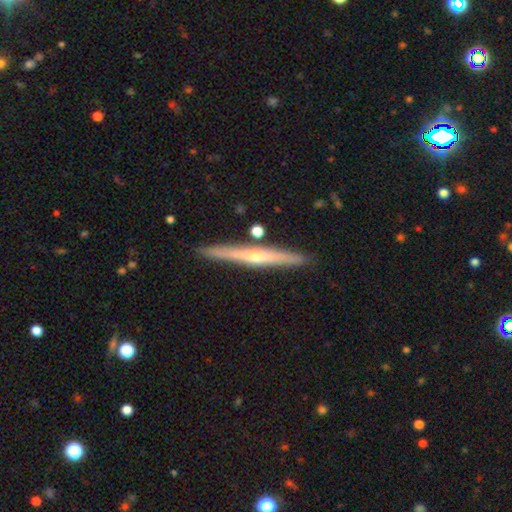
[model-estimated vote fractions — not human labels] smooth-or-featured: featured or disk: 63% | smooth: 32% | star or artifact: 6%
  disk-edge-on: yes: 96% | no: 4%
    edge-on-bulge: rounded: 69% | none: 27% | boxy: 4%
  merging: none: 87% | minor disturbance: 8% | merger: 4% | major disturbance: 2%